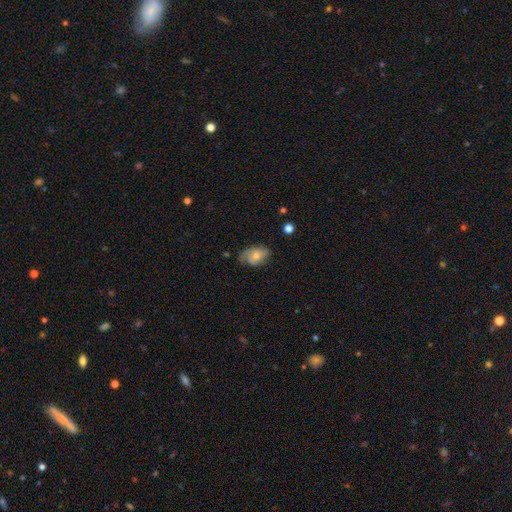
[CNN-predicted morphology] A smooth galaxy with no disk features (56%) that is in between round and cigar-shaped (87%). Merging: none (57%).